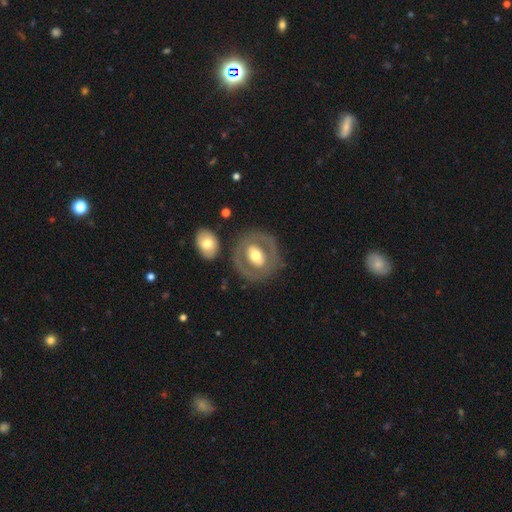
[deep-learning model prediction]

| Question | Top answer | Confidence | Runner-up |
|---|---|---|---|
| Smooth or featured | featured or disk | 55% | smooth (39%) |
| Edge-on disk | no | 93% | yes (7%) |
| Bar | no | 52% | weak (27%) |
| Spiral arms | no | 81% | yes (19%) |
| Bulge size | moderate | 67% | large (21%) |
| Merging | none | 76% | minor disturbance (12%) |